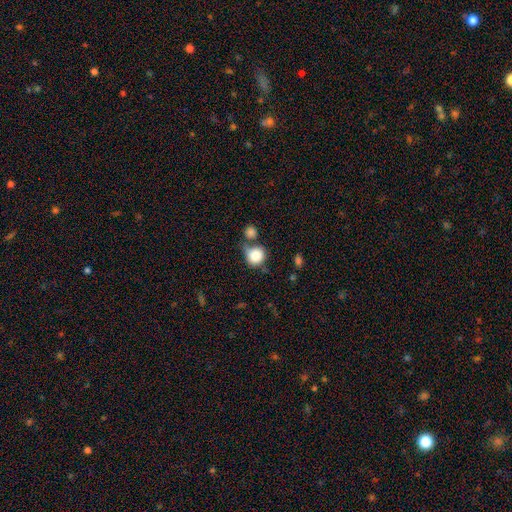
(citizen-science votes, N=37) This is clearly a smooth galaxy (86%). How rounded: clearly round (88%). Merging: possibly none (51%).